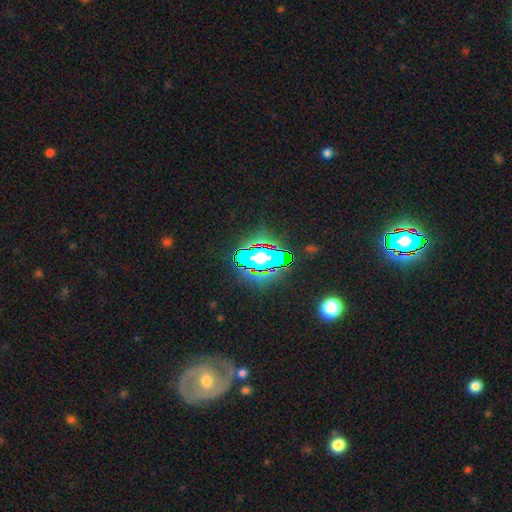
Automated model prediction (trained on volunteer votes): Morphology: type=star or artifact (65%).